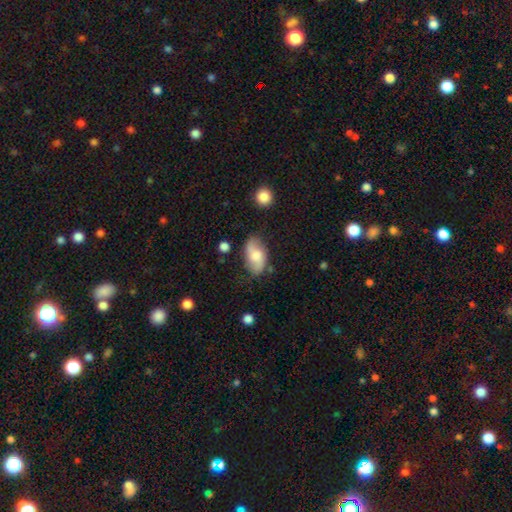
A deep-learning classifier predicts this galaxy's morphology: This appears to be a featured or disk galaxy (48%). Merging: none (68%).